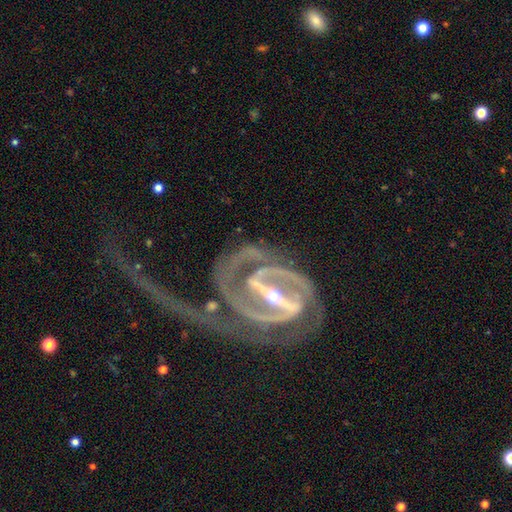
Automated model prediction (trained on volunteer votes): featured or disk 93%, star or artifact 4%, smooth 3%. Down the decision tree: edge-on disk — no (96%); bar — strong (82%); spiral arms — yes (97%); spiral arm count — 2 (76%); spiral winding — tight (45%); bulge size — small (68%); merging — major disturbance (51%).